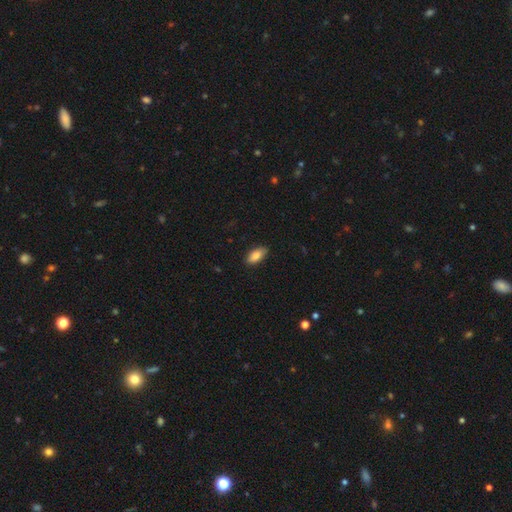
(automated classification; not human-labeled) smooth 85%, featured or disk 9%, star or artifact 7%. Down the decision tree: how rounded — in between (89%); merging — none (87%).